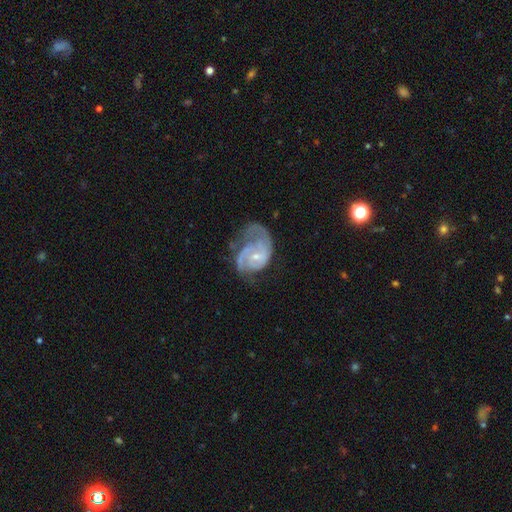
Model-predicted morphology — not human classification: This appears to be a featured or disk galaxy (82%) with no bar (63%), 2 (58%) medium (44%) spiral arms (92%) and a small central bulge (65%). Merging: major disturbance (37%).